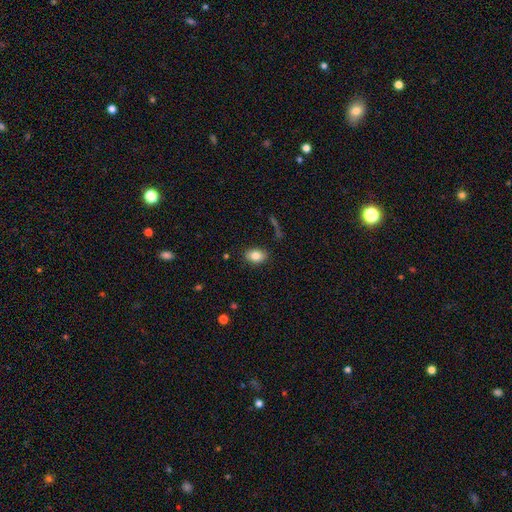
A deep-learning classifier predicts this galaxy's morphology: type=smooth (81%); roundness=in between (82%); merging=none (86%).